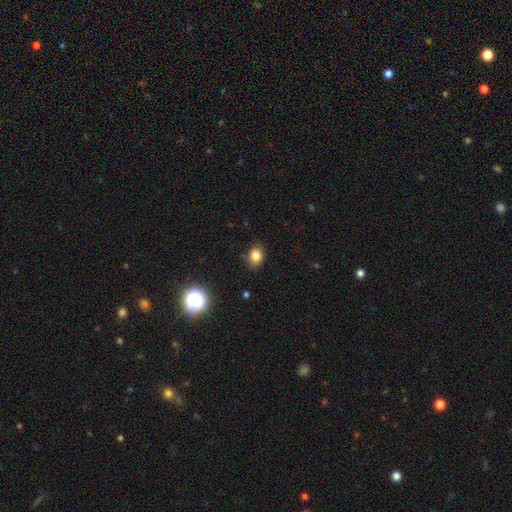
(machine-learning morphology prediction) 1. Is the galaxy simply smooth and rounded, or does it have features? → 82% smooth, 12% star or artifact, 6% featured or disk.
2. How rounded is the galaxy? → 65% in between, 33% round, 1% cigar-shaped.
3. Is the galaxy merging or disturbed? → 81% none, 15% minor disturbance, 3% major disturbance, 1% merger.